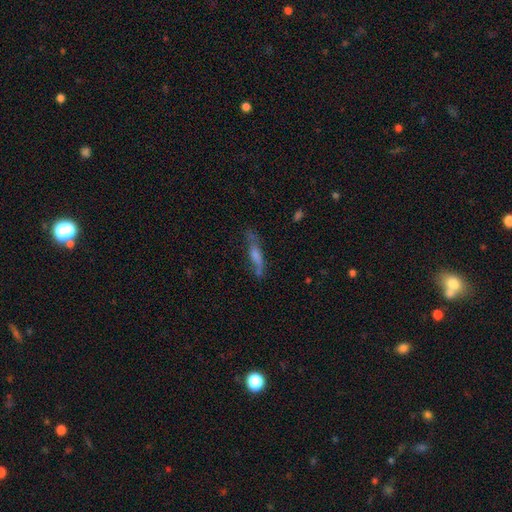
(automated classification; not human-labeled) smooth_or_featured: featured or disk (p=0.51) [alt: smooth p=0.38]
disk_edge_on: yes (p=0.74) [alt: no p=0.26]
merging: none (p=0.65) [alt: minor disturbance p=0.22]